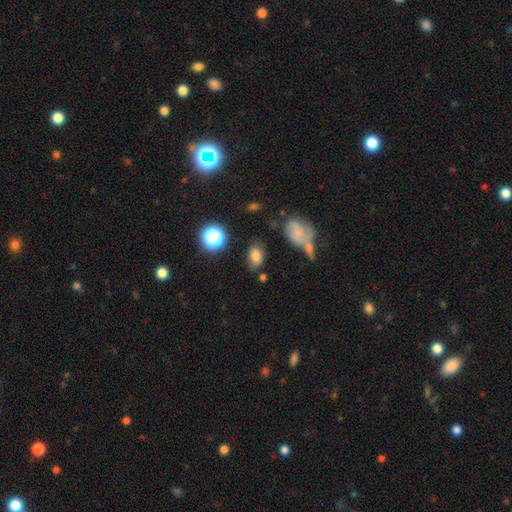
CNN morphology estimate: smooth 75%, star or artifact 14%, featured or disk 11%. Down the decision tree: how rounded — in between (83%); merging — none (69%).